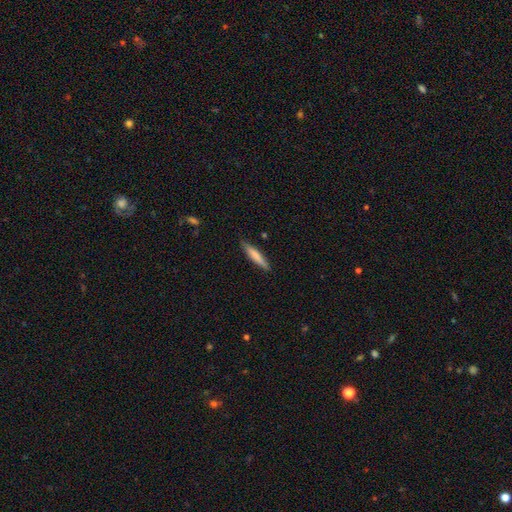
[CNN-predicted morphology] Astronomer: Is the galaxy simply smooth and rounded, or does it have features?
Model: smooth — 70%.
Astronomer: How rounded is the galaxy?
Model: cigar-shaped — 91%.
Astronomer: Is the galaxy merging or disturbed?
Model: none — 86%.